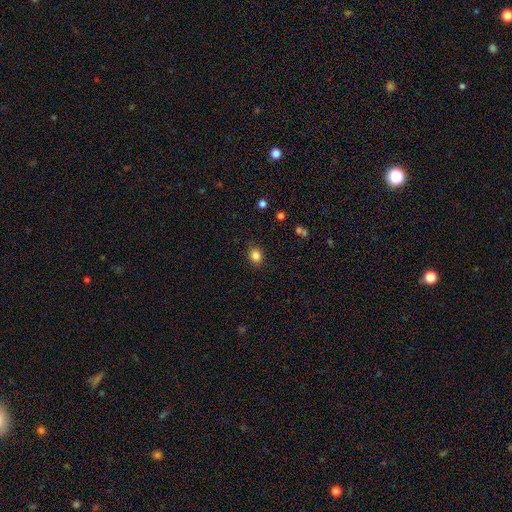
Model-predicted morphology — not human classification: Smooth or featured? smooth (84%)
How rounded? round (66%)
Merging? none (86%)